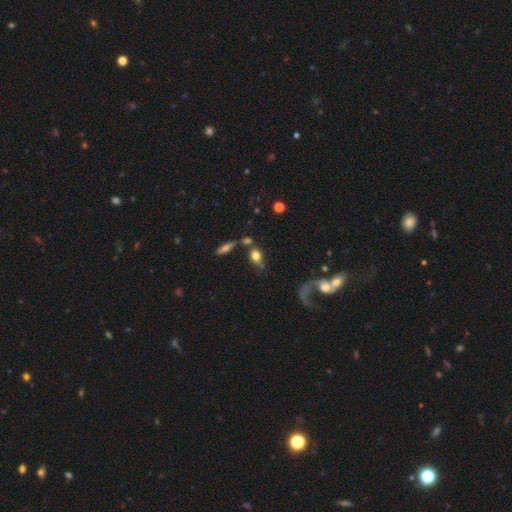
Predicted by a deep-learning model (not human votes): Smooth or featured? Predicted: smooth (p=0.70). How rounded? Predicted: in between (p=0.57). Merging? Predicted: none (p=0.50).